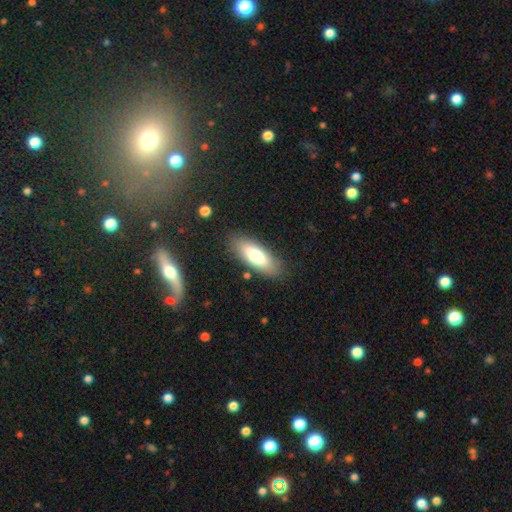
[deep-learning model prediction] Q: Smooth or featured?
A: smooth (73%); runner-up: featured or disk (21%)
Q: How rounded?
A: in between (73%); runner-up: cigar-shaped (25%)
Q: Merging?
A: none (85%); runner-up: minor disturbance (11%)